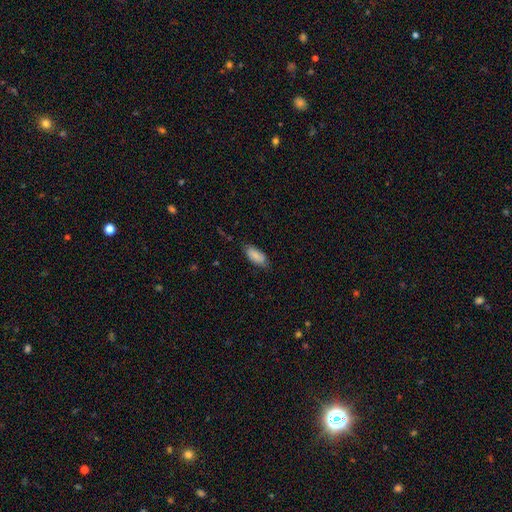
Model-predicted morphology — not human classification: Smooth or featured?
  - smooth: 84% *
  - featured or disk: 10%
  - star or artifact: 6%
How rounded?
  - in between: 88% *
  - cigar-shaped: 10%
  - round: 2%
Merging?
  - none: 75% *
  - minor disturbance: 21%
  - major disturbance: 4%
  - merger: 1%